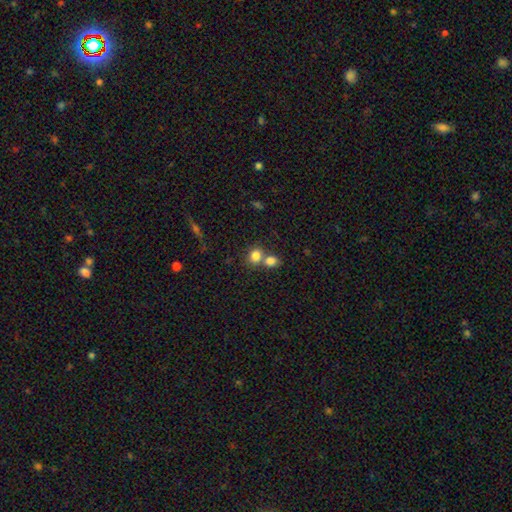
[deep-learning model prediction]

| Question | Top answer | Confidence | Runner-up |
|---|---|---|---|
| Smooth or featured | smooth | 82% | star or artifact (10%) |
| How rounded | round | 65% | in between (34%) |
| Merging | merger | 48% | none (42%) |